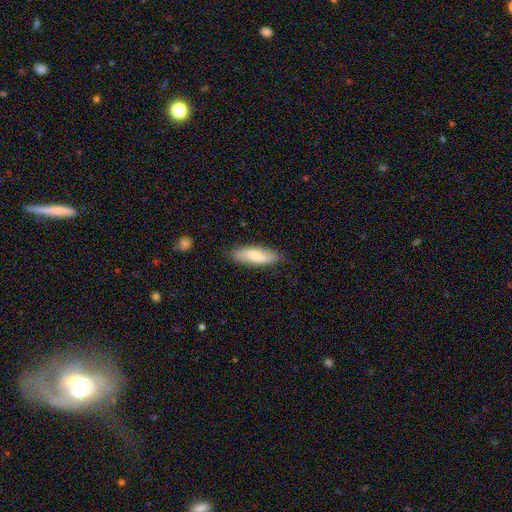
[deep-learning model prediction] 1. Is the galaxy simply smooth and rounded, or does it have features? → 73% smooth, 21% featured or disk, 6% star or artifact.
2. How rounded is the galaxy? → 53% in between, 45% cigar-shaped, 2% round.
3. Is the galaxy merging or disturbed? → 83% none, 13% minor disturbance, 2% major disturbance, 1% merger.